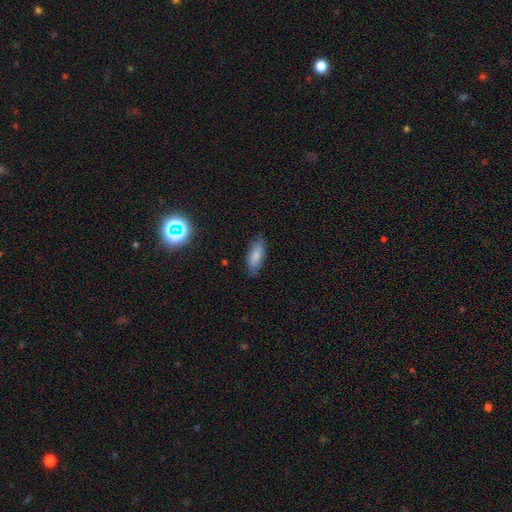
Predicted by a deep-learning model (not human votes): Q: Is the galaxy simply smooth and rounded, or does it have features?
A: smooth — 83%.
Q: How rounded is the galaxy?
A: in between — 77%.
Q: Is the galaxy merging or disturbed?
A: none — 80%.